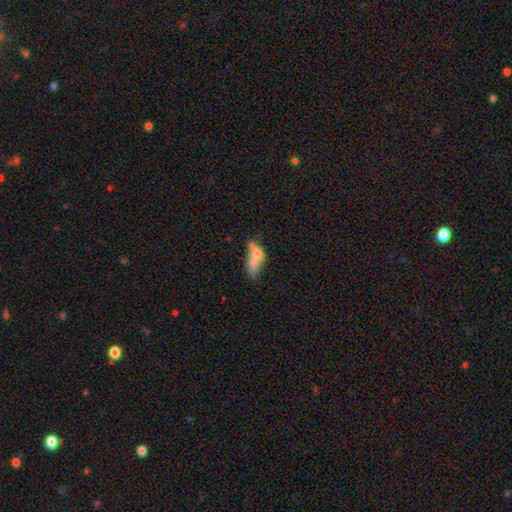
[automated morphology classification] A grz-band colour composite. It shows a smooth galaxy with no disk features (59%) that is in between round and cigar-shaped (65%). Merging: merger (44%).